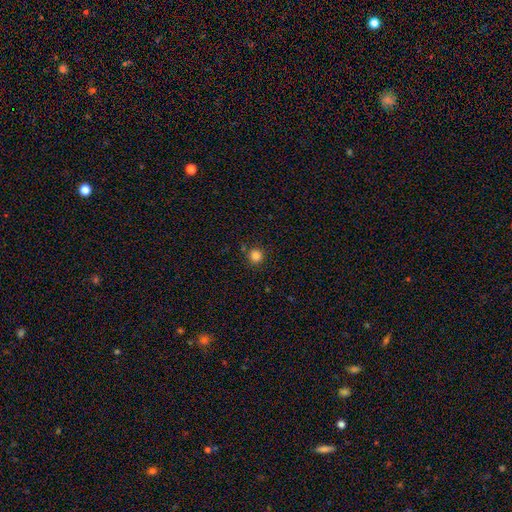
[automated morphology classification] smooth 83%, star or artifact 13%, featured or disk 3%. Down the decision tree: how rounded — round (94%); merging — none (85%).